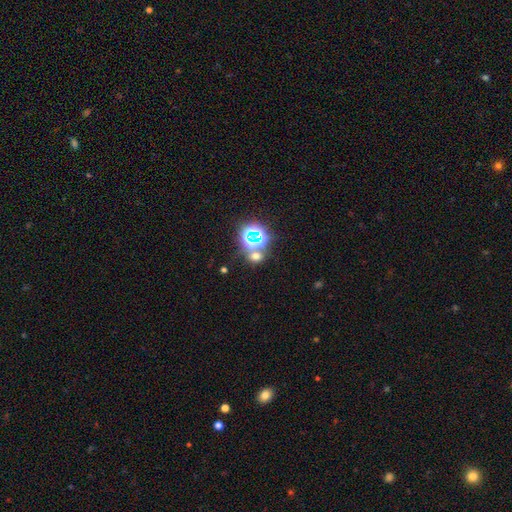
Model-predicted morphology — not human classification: Smooth or featured: star or artifact — 49% (smooth — 43%)